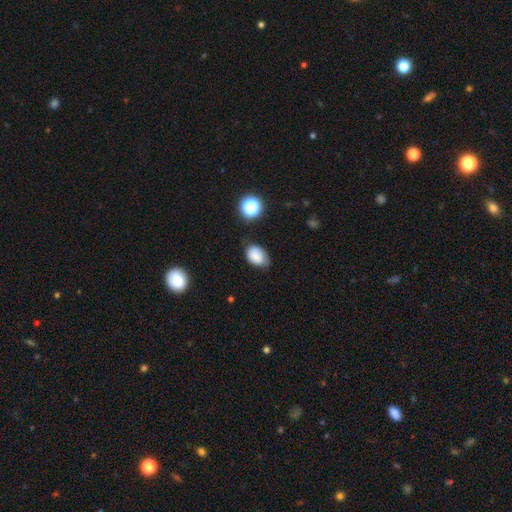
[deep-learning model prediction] Smooth or featured?
  - smooth: 82% *
  - star or artifact: 10%
  - featured or disk: 8%
How rounded?
  - in between: 82% *
  - round: 17%
  - cigar-shaped: 1%
Merging?
  - none: 64% *
  - minor disturbance: 28%
  - major disturbance: 5%
  - merger: 3%